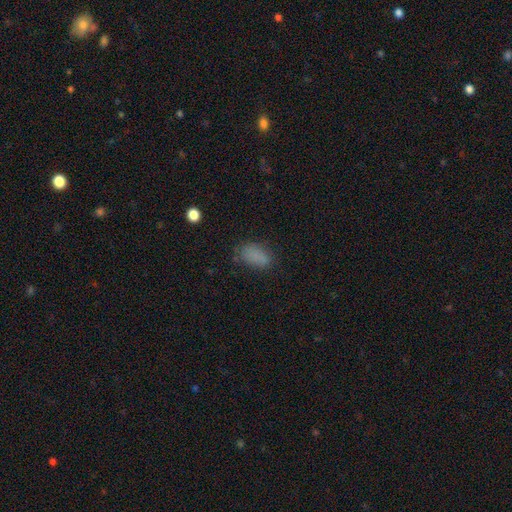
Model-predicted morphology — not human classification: Smooth or featured? Predicted: smooth (p=0.82). How rounded? Predicted: in between (p=0.90). Merging? Predicted: none (p=0.73).